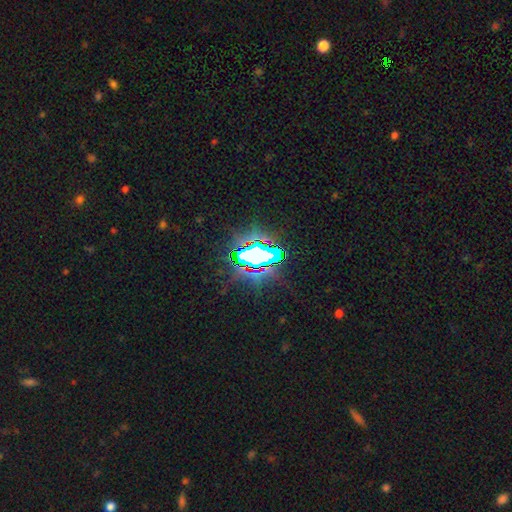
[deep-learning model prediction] Overall: star or artifact (73%).